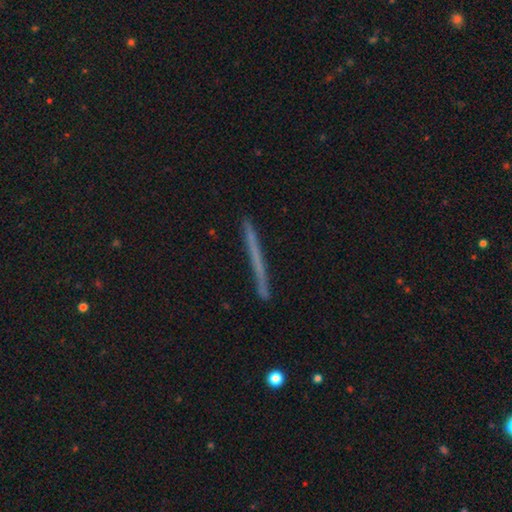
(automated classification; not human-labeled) Overall: featured or disk (44%; smooth 42%). Merging: none (88%).